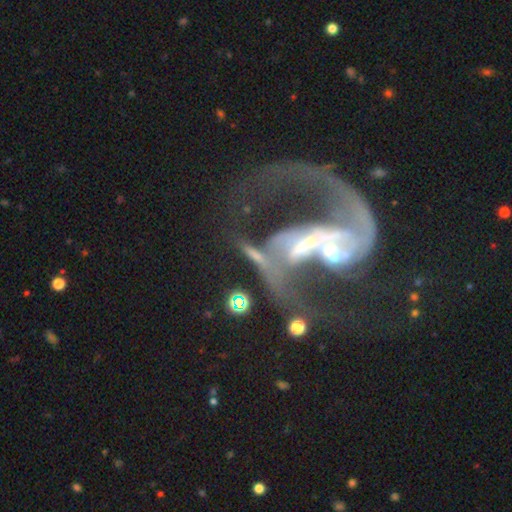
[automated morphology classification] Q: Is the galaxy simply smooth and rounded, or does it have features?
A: featured or disk — 75%.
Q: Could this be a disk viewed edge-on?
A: no — 93%.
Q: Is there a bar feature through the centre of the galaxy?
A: no — 43%.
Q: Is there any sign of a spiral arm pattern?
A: yes — 75%.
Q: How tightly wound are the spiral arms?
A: loose — 77%.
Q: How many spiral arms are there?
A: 2 — 71%.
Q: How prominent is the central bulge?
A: small — 43%.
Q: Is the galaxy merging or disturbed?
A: merger — 48%.